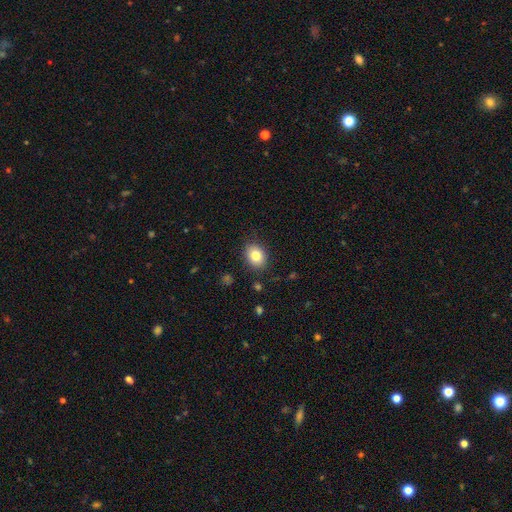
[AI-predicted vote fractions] Smooth or featured?
  - smooth: 81% *
  - star or artifact: 9%
  - featured or disk: 9%
How rounded?
  - in between: 54% *
  - round: 45%
  - cigar-shaped: 1%
Merging?
  - none: 86% *
  - minor disturbance: 11%
  - major disturbance: 3%
  - merger: 1%